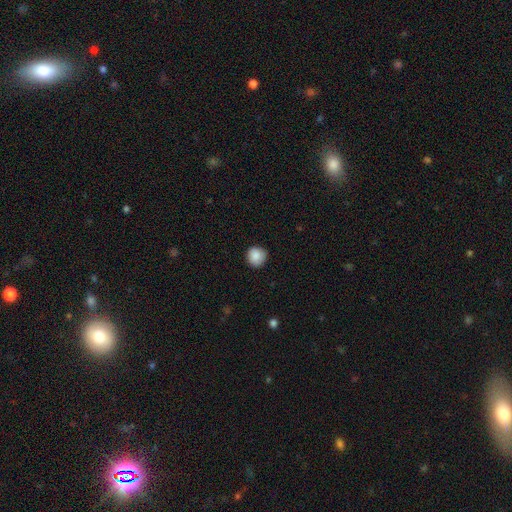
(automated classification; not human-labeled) Smooth or featured? Predicted: smooth (p=0.88). How rounded? Predicted: round (p=0.93). Merging? Predicted: none (p=0.86).